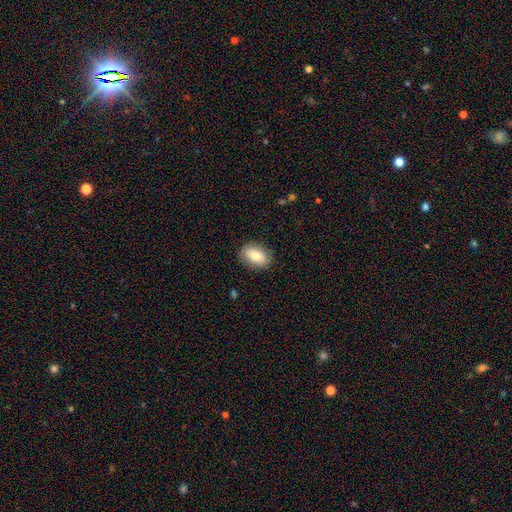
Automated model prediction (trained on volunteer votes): smooth 80%, featured or disk 13%, star or artifact 7%. Down the decision tree: how rounded — in between (86%); merging — none (86%).